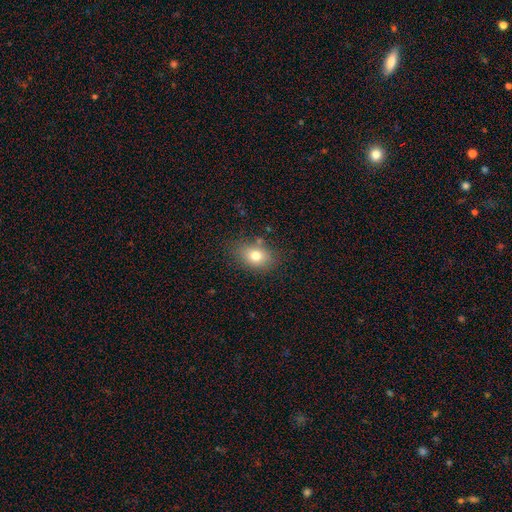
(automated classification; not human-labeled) This is likely a smooth galaxy (76%). How rounded: likely in between (69%). Merging: likely none (78%).